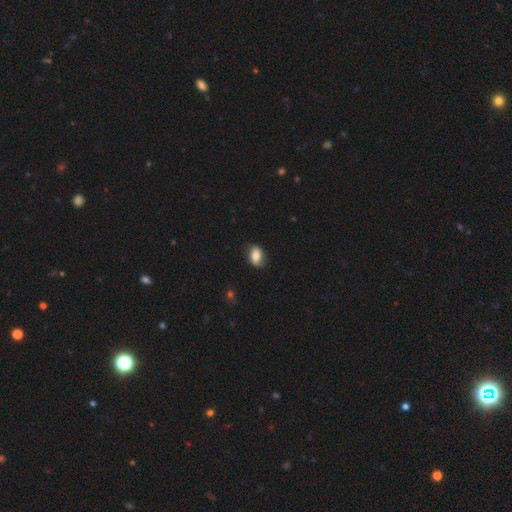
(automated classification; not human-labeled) A smooth galaxy with no disk features (71%) that is in between round and cigar-shaped (81%).

Vote fractions:
- Smooth or featured? smooth: 71% / featured or disk: 21% / star or artifact: 8%
- How rounded? in between: 81% / round: 17% / cigar-shaped: 2%
- Merging? none: 70% / minor disturbance: 23% / major disturbance: 6% / merger: 1%